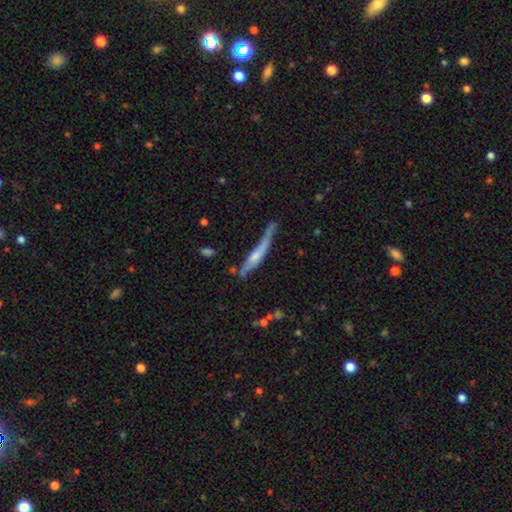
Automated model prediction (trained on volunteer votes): Q: Smooth or featured?
A: featured or disk (53%); runner-up: smooth (40%)
Q: Edge-on disk?
A: yes (86%); runner-up: no (14%)
Q: Merging?
A: none (48%); runner-up: minor disturbance (30%)